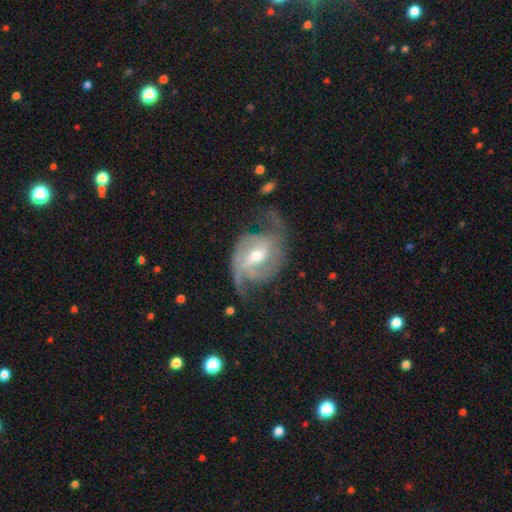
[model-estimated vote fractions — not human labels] A featured or disk galaxy (88%) with a weak bar (51%), 2 (74%) medium (45%) spiral arms (96%) and a moderate central bulge (62%). Merging: none (57%).